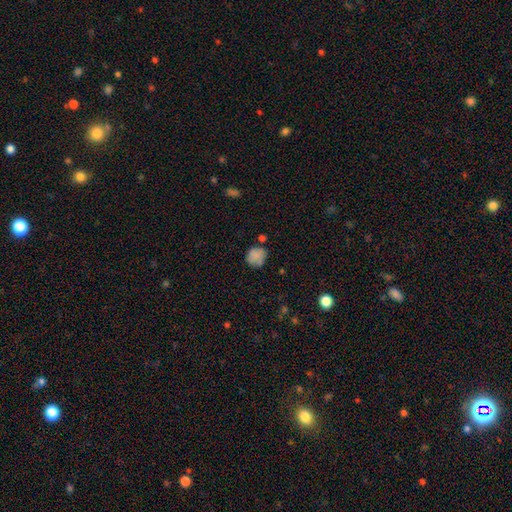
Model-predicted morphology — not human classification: Overall: smooth (82%). How rounded: round (77%). Merging: none (65%).